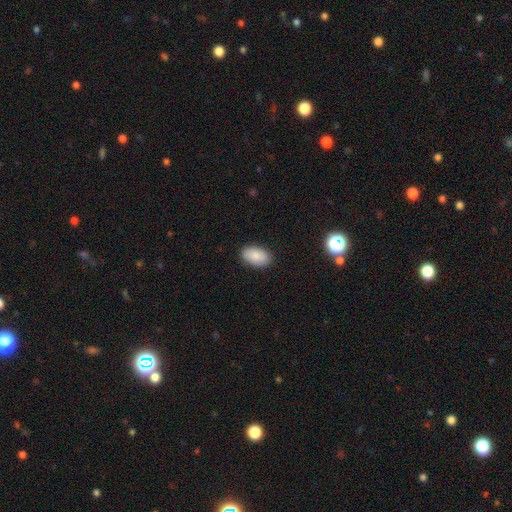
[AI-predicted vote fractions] This appears to be a smooth galaxy with no disk features (86%) that is in between round and cigar-shaped (94%). Merging: none (88%).